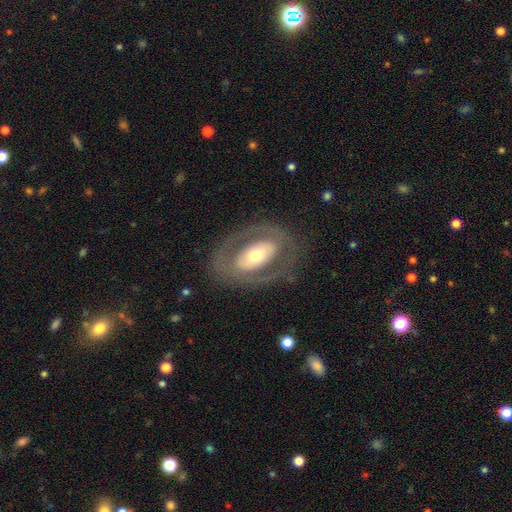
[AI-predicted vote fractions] Smooth or featured? Predicted: featured or disk (p=0.63). Edge-on disk? Predicted: no (p=0.91). Bar? Predicted: no (p=0.55). Spiral arms? Predicted: no (p=0.78). Bulge size? Predicted: moderate (p=0.62). Merging? Predicted: none (p=0.77).